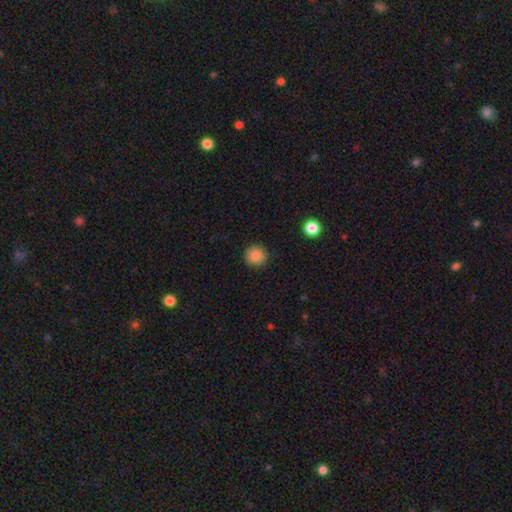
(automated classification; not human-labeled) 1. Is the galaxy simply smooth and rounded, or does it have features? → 86% smooth, 10% star or artifact, 4% featured or disk.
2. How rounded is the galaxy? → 94% round, 5% in between, 1% cigar-shaped.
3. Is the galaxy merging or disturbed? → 91% none, 6% minor disturbance, 2% major disturbance, 1% merger.